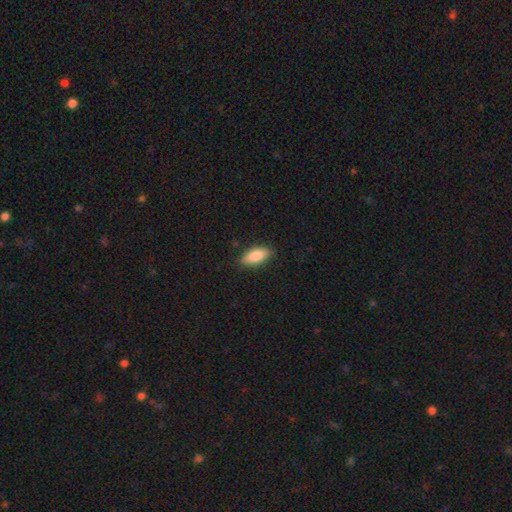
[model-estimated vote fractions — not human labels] smooth 83%, featured or disk 11%, star or artifact 6%. Down the decision tree: how rounded — in between (78%); merging — none (85%).